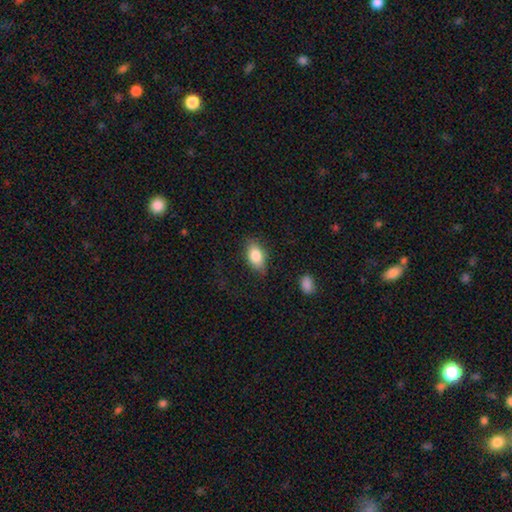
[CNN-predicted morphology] A smooth galaxy with no disk features (82%) that is in between round and cigar-shaped (89%).

Vote fractions:
- Smooth or featured? smooth: 82% / featured or disk: 10% / star or artifact: 7%
- How rounded? in between: 89% / round: 8% / cigar-shaped: 3%
- Merging? none: 78% / minor disturbance: 17% / major disturbance: 4% / merger: 1%